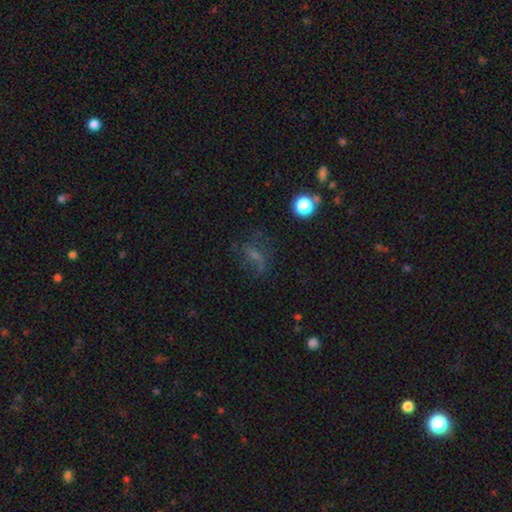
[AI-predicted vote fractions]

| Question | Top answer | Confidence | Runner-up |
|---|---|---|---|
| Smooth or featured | smooth | 41% | featured or disk (33%) |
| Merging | none | 56% | major disturbance (20%) |